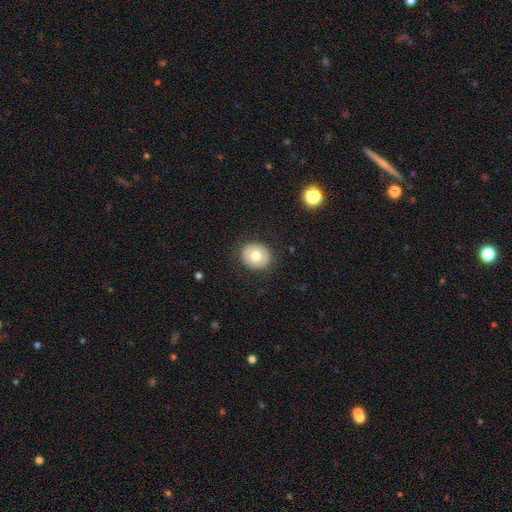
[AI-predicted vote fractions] The model was most divided on "smooth or featured": smooth: 74%, featured or disk: 18%, star or artifact: 9%. More confident: merging — none (89%); how rounded — round (81%).